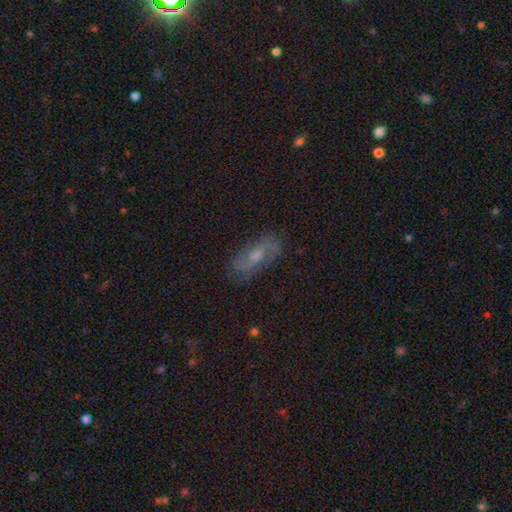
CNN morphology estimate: Smooth or featured?
  - featured or disk: 68% *
  - smooth: 21%
  - star or artifact: 10%
Edge-on disk?
  - no: 90% *
  - yes: 10%
Bar?
  - no: 46% *
  - weak: 43%
  - strong: 11%
Spiral arms?
  - yes: 88% *
  - no: 12%
Spiral winding?
  - medium: 43% *
  - loose: 39%
  - tight: 19%
Spiral arm count?
  - 2: 83% *
  - can't tell: 10%
  - 3: 2%
  - 1: 2%
  - 4: 1%
  - more than 4: 1%
Bulge size?
  - moderate: 58% *
  - small: 32%
  - large: 5%
  - none: 4%
  - dominant: 1%
Merging?
  - none: 80% *
  - minor disturbance: 14%
  - major disturbance: 5%
  - merger: 1%